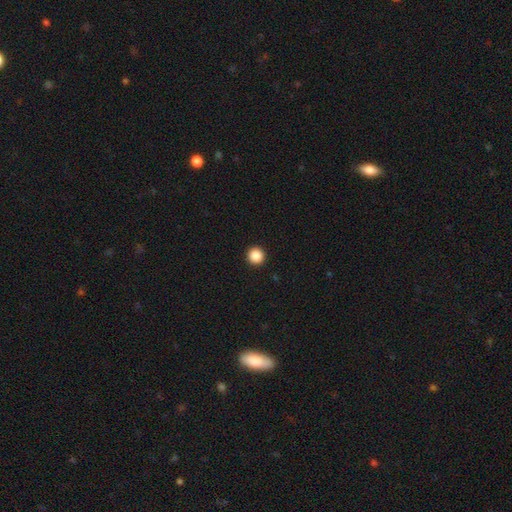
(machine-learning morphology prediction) Q: Smooth or featured?
A: smooth (88%); runner-up: star or artifact (10%)
Q: How rounded?
A: round (96%); runner-up: in between (3%)
Q: Merging?
A: none (94%); runner-up: minor disturbance (4%)